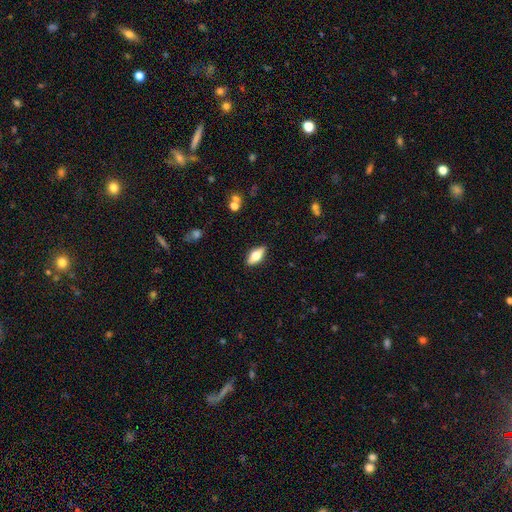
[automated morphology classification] type=smooth (58%); roundness=in between (77%); merging=none (87%).